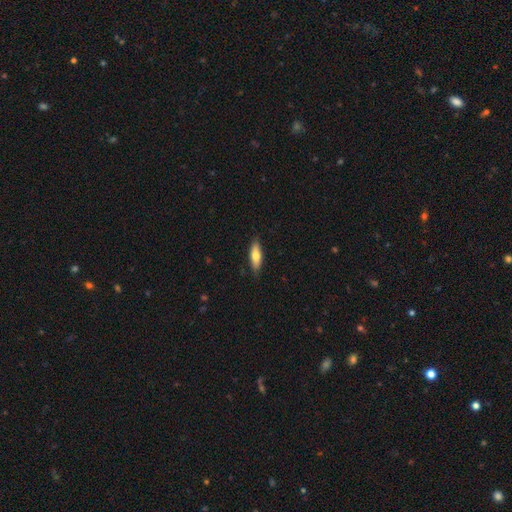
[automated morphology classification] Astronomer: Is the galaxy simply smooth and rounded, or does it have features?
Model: smooth — 69%.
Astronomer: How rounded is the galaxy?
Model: in between — 51% (runner-up: cigar-shaped, 47%).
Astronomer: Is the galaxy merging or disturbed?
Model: none — 85%.